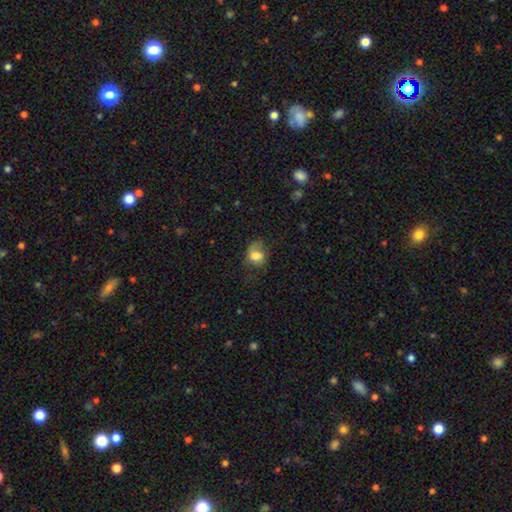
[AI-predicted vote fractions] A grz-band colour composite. It shows a smooth galaxy with no disk features (77%) that is round (50%). Merging: none (47%).